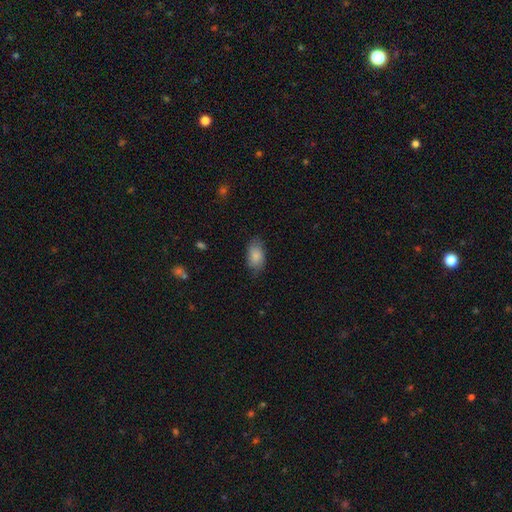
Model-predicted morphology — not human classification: smooth_or_featured: smooth (p=0.85) [alt: featured or disk p=0.09]
how_rounded: in between (p=0.92) [alt: round p=0.06]
merging: none (p=0.76) [alt: minor disturbance p=0.19]